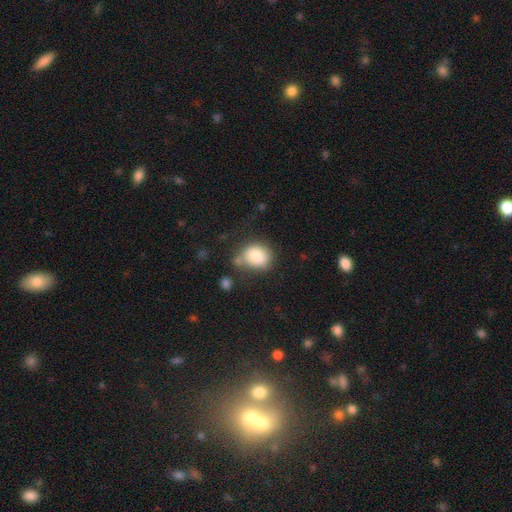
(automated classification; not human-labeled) Smooth or featured? Predicted: smooth (p=0.80). How rounded? Predicted: round (p=0.69). Merging? Predicted: none (p=0.60).